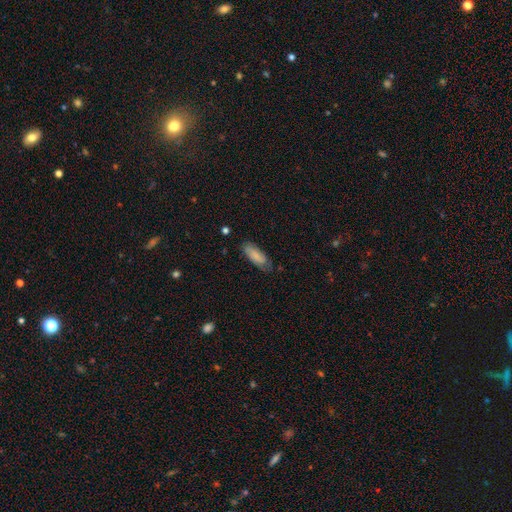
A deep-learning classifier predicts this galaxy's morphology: Smooth or featured: smooth — 76% (featured or disk — 17%)
How rounded: in between — 72% (cigar-shaped — 26%)
Merging: none — 71% (minor disturbance — 22%)